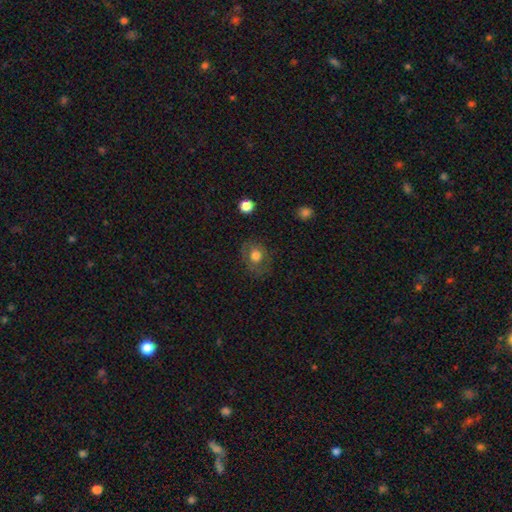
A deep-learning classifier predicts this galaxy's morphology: smooth_or_featured: smooth (p=0.67) [alt: featured or disk p=0.23]
how_rounded: round (p=0.65) [alt: in between p=0.34]
merging: none (p=0.74) [alt: minor disturbance p=0.16]